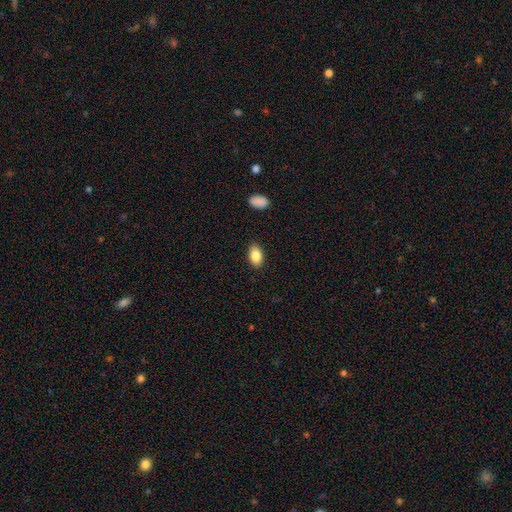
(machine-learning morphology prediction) smooth_or_featured: smooth (p=0.86) [alt: star or artifact p=0.07]
how_rounded: in between (p=0.92) [alt: round p=0.06]
merging: none (p=0.87) [alt: minor disturbance p=0.10]